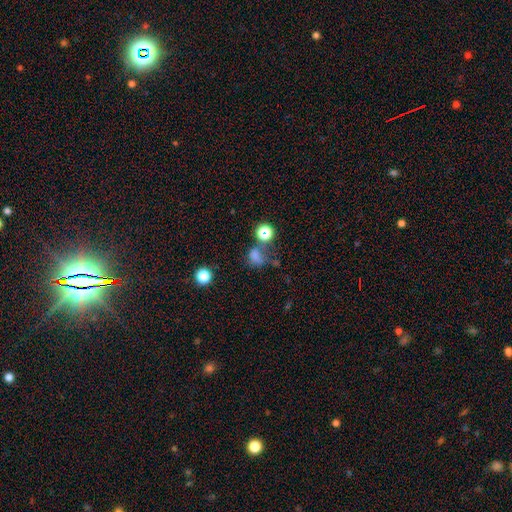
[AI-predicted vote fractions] smooth-or-featured: smooth: 63% | star or artifact: 25% | featured or disk: 11%
  how-rounded: in between: 51% | round: 47% | cigar-shaped: 2%
  merging: none: 41% | major disturbance: 20% | minor disturbance: 20% | merger: 19%